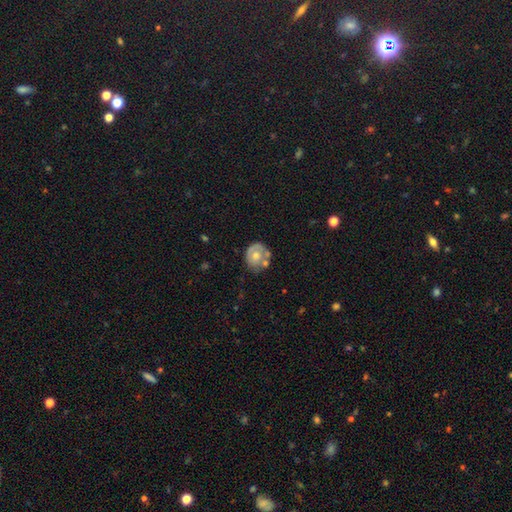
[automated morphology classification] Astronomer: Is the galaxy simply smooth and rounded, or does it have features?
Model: featured or disk — 51% (runner-up: smooth, 41%).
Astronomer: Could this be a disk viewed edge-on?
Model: no — 97%.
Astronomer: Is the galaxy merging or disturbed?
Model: none — 49% (runner-up: minor disturbance, 24%).